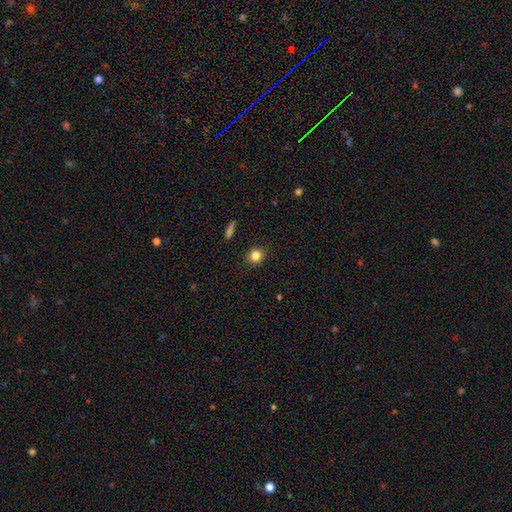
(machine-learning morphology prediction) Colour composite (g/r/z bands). It shows a smooth galaxy with no disk features (83%) that is round (88%). Merging: none (91%).